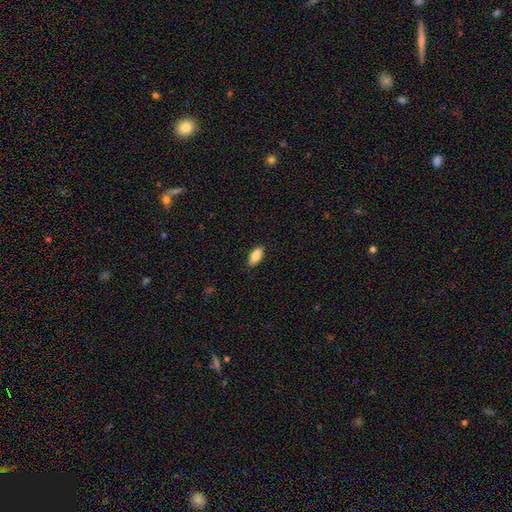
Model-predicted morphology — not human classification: Smooth or featured: smooth — 85% (featured or disk — 9%)
How rounded: in between — 88% (cigar-shaped — 9%)
Merging: none — 89% (minor disturbance — 9%)